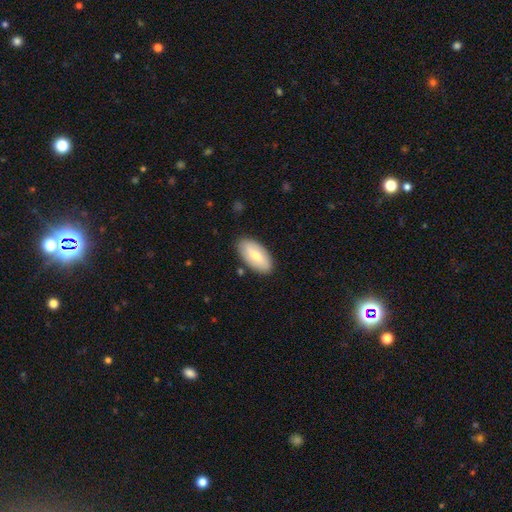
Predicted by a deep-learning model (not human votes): This appears to be a smooth galaxy with no disk features (63%) that is in between round and cigar-shaped (92%). Merging: none (86%).